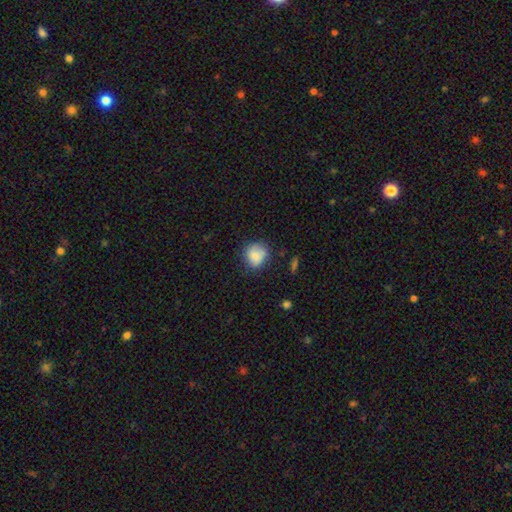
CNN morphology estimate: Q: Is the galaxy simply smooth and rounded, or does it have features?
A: smooth — 81%.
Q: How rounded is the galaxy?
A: round — 73%.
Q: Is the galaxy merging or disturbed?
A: none — 65%.